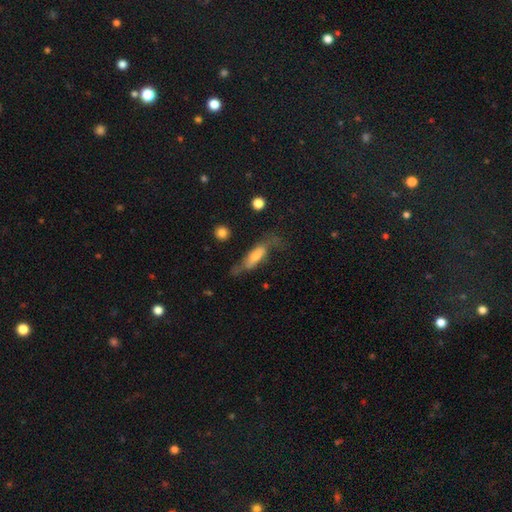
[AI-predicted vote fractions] Smooth or featured: smooth — 53% (featured or disk — 40%)
How rounded: in between — 50% (cigar-shaped — 47%)
Merging: none — 44% (minor disturbance — 27%)